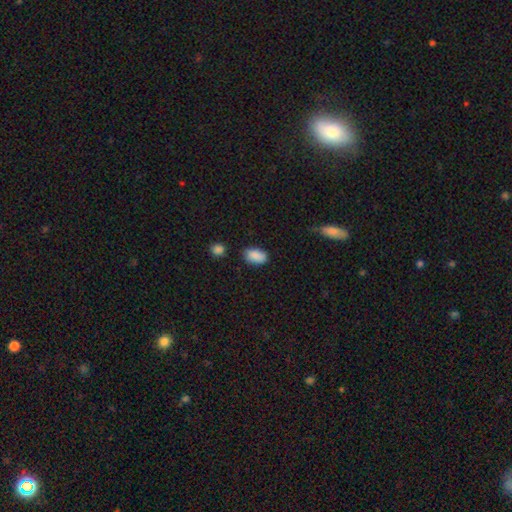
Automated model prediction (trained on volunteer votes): A smooth galaxy with no disk features (89%) that is in between round and cigar-shaped (92%). Merging: none (78%).